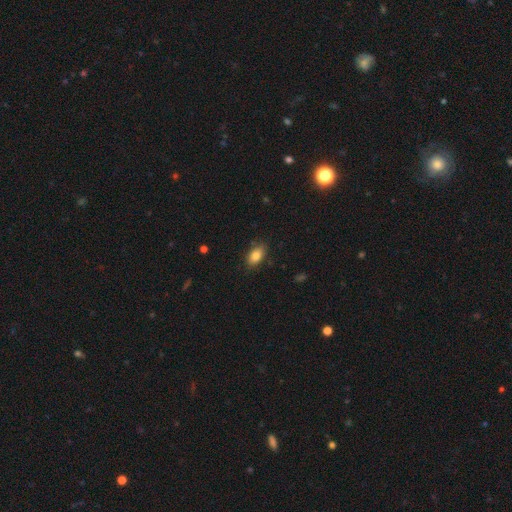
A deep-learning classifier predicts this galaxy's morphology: This is clearly a smooth galaxy (84%). How rounded: clearly in between (89%). Merging: clearly none (82%).